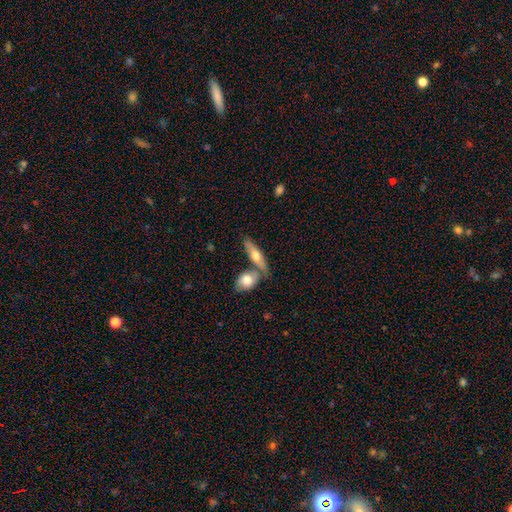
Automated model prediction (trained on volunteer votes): Smooth or featured?
  - smooth: 55% *
  - featured or disk: 40%
  - star or artifact: 5%
How rounded?
  - cigar-shaped: 49% *
  - in between: 47%
  - round: 4%
Merging?
  - none: 51% *
  - merger: 35%
  - minor disturbance: 10%
  - major disturbance: 3%